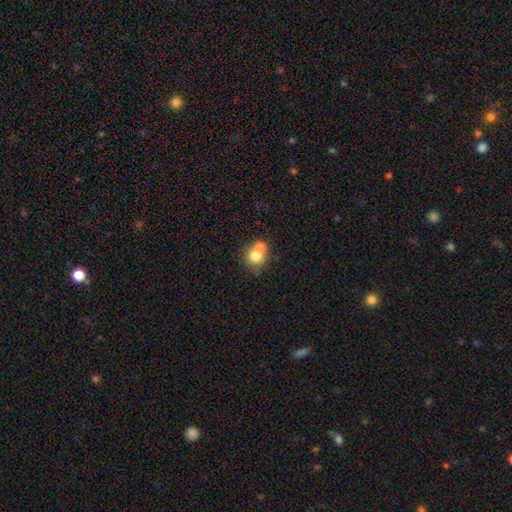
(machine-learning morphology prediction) smooth 74%, featured or disk 15%, star or artifact 10%. Down the decision tree: how rounded — round (82%); merging — merger (51%).